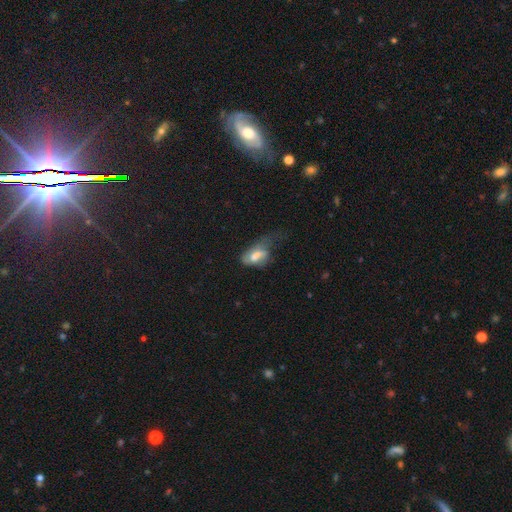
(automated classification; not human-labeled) A smooth galaxy with no disk features (63%) that is in between round and cigar-shaped (87%).

Vote fractions:
- Smooth or featured? smooth: 63% / featured or disk: 29% / star or artifact: 9%
- How rounded? in between: 87% / round: 7% / cigar-shaped: 6%
- Merging? major disturbance: 50% / minor disturbance: 27% / none: 20% / merger: 4%